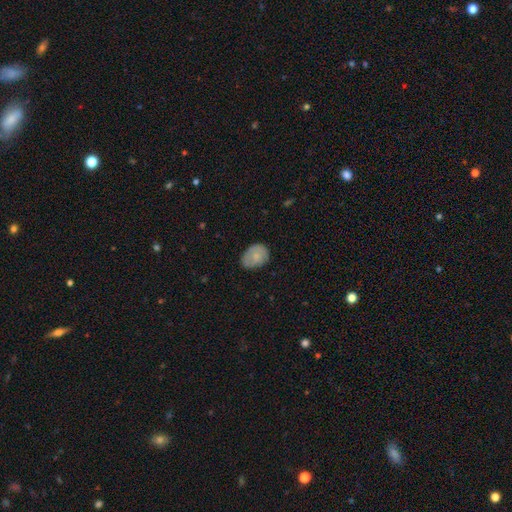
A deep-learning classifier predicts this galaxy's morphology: A smooth galaxy with no disk features (74%) that is in between round and cigar-shaped (70%). Merging: none (68%).